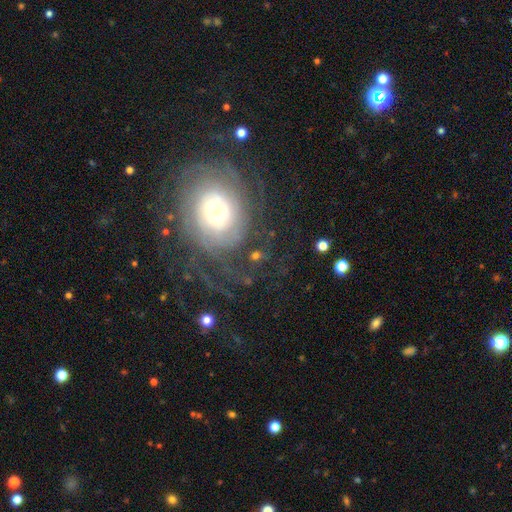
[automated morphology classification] This is likely a featured or disk galaxy (77%). It is clearly not viewed edge-on (97%). Bar: likely no (72%). Spiral arm pattern: clearly yes (90%). Spiral arm count: marginally can't tell (41%). Spiral winding: likely tight (60%). Central bulge: possibly moderate (49%). Merging: likely none (66%).